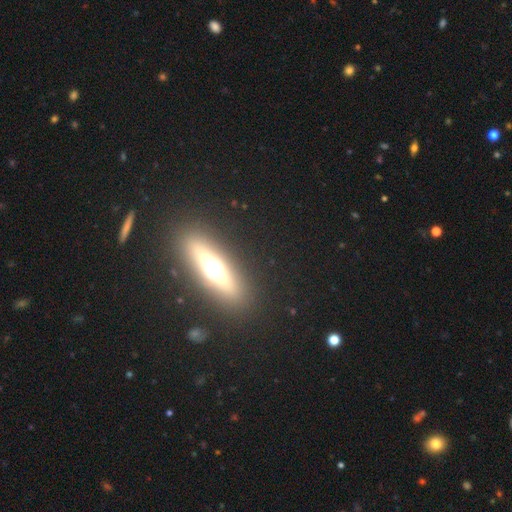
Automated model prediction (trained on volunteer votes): This appears to be a featured or disk galaxy (52%) viewed edge-on (85%). Merging: none (86%).